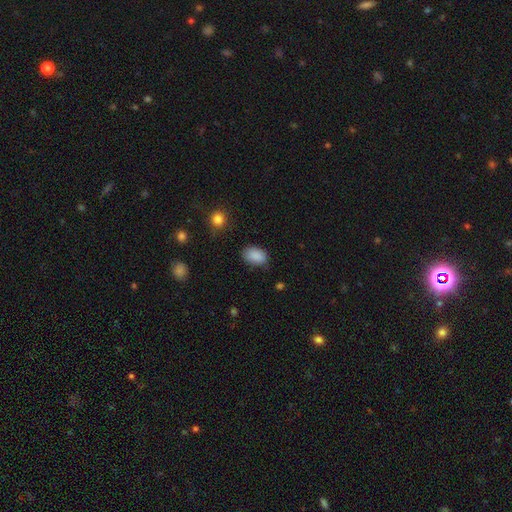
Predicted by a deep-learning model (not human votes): A smooth galaxy with no disk features (88%) that is in between round and cigar-shaped (88%). Merging: none (77%).